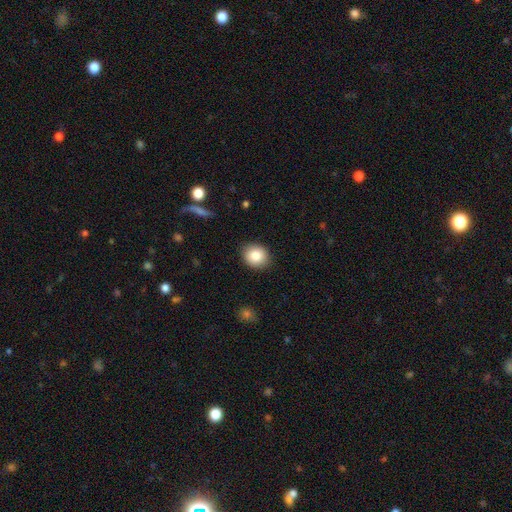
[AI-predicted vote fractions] This is clearly a smooth galaxy (84%). How rounded: likely round (76%). Merging: clearly none (89%).